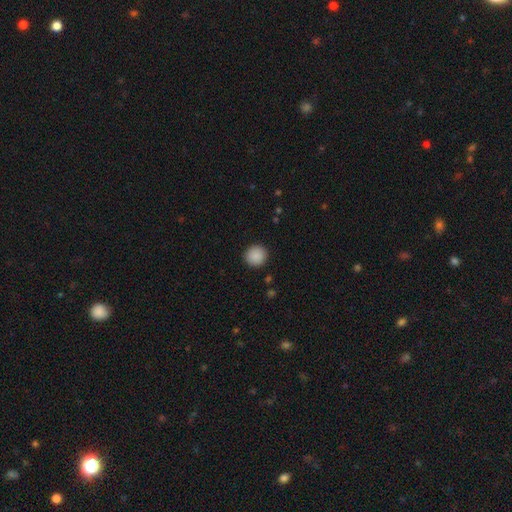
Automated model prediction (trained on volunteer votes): This is clearly a smooth galaxy (90%). How rounded: clearly round (92%). Merging: clearly none (92%).